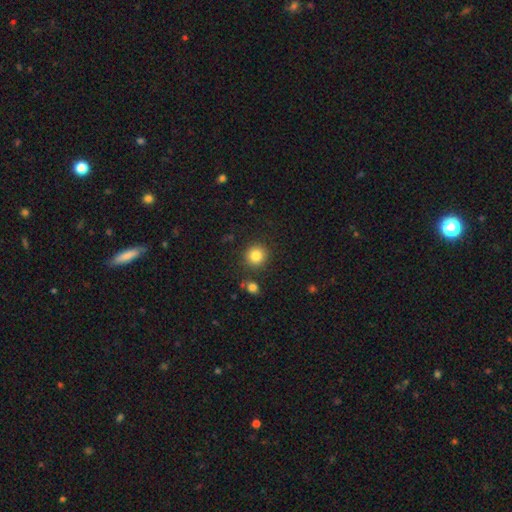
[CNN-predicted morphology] This is clearly a smooth galaxy (83%). How rounded: clearly round (91%). Merging: clearly none (87%).